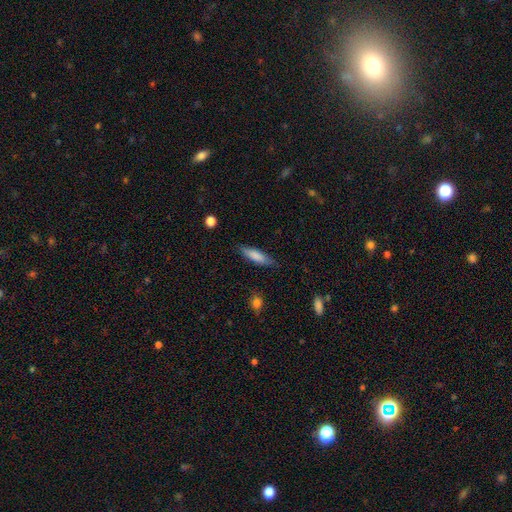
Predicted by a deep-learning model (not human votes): A smooth galaxy with no disk features (81%) that is cigar-shaped (64%).

Vote fractions:
- Smooth or featured? smooth: 81% / featured or disk: 13% / star or artifact: 6%
- How rounded? cigar-shaped: 64% / in between: 35% / round: 2%
- Merging? none: 84% / minor disturbance: 13% / major disturbance: 2% / merger: 1%